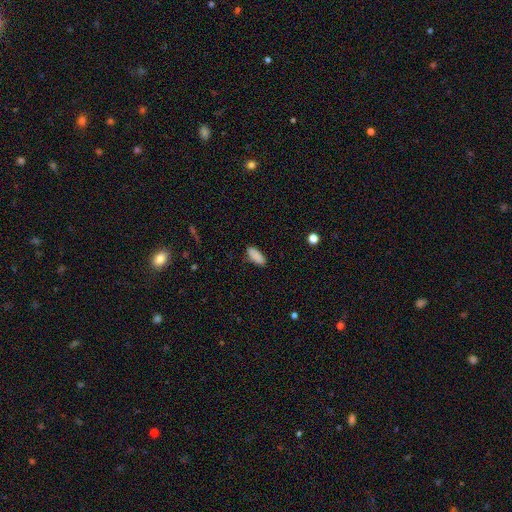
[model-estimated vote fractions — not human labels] A smooth galaxy with no disk features (88%) that is in between round and cigar-shaped (79%). Merging: none (85%).